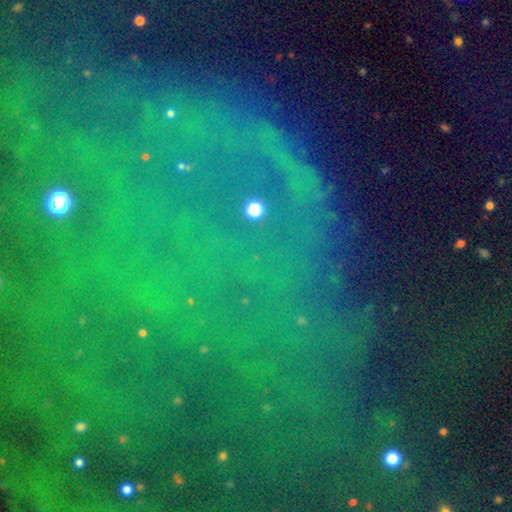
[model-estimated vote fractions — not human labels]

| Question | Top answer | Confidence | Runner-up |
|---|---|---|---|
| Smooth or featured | star or artifact | 78% | featured or disk (11%) |